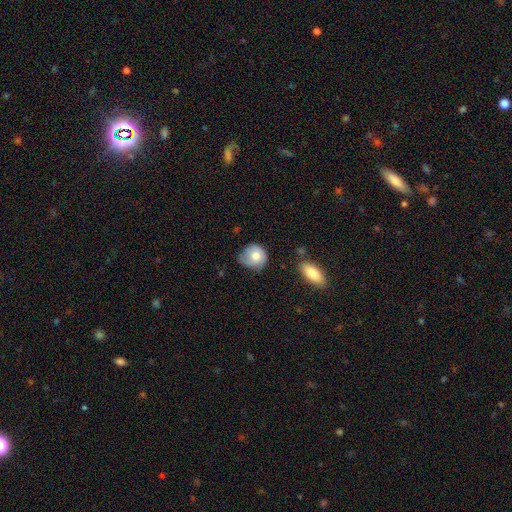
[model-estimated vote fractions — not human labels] A smooth galaxy with no disk features (70%) that is round (78%).

Vote fractions:
- Smooth or featured? smooth: 70% / featured or disk: 23% / star or artifact: 7%
- How rounded? round: 78% / in between: 21% / cigar-shaped: 1%
- Merging? none: 48% / minor disturbance: 36% / major disturbance: 13% / merger: 3%